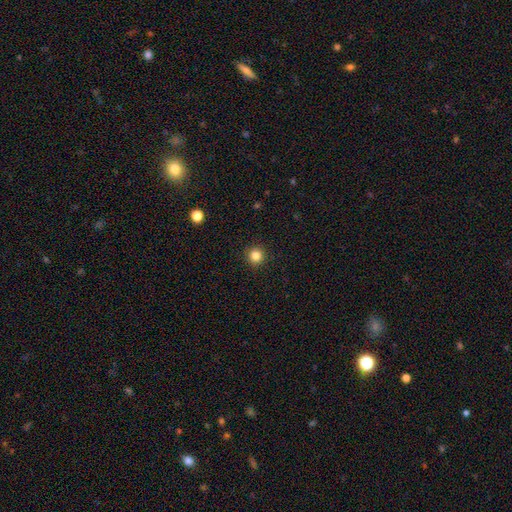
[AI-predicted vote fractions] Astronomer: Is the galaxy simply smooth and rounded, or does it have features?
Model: smooth — 84%.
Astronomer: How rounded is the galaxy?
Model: round — 95%.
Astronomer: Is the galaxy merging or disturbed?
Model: none — 93%.